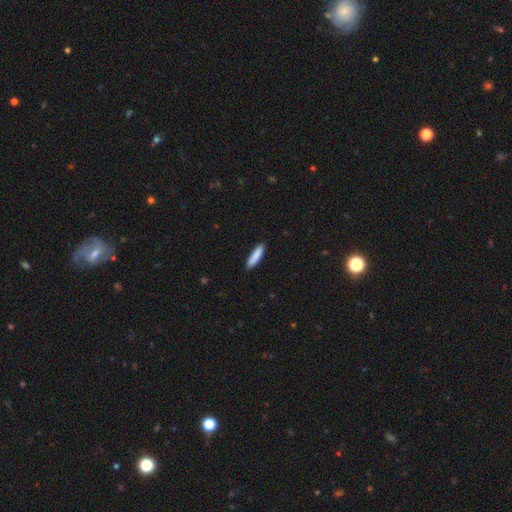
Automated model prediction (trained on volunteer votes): A smooth galaxy with no disk features (87%) that is cigar-shaped (77%). Merging: none (88%).